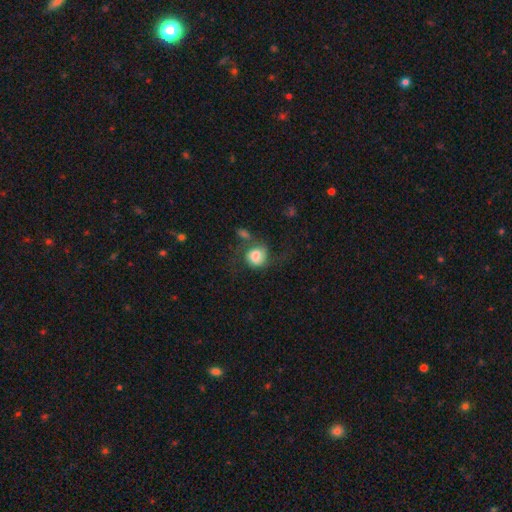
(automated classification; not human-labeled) Smooth or featured?
  - smooth: 62% *
  - featured or disk: 30%
  - star or artifact: 8%
How rounded?
  - round: 69% *
  - in between: 30%
  - cigar-shaped: 1%
Merging?
  - none: 38% *
  - major disturbance: 26%
  - minor disturbance: 22%
  - merger: 15%